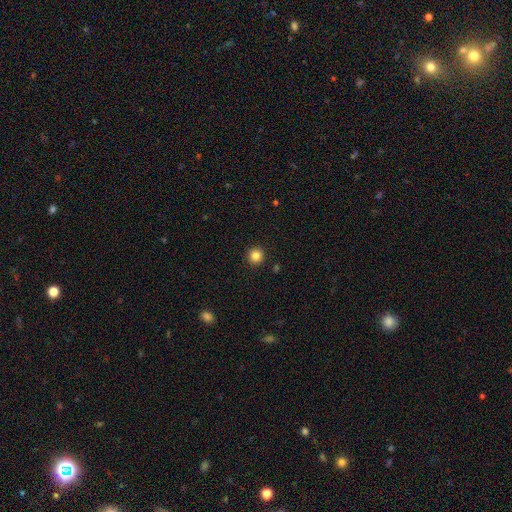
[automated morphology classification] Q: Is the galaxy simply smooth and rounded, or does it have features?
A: smooth — 85%.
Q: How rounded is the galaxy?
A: round — 95%.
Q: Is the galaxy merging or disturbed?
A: none — 92%.